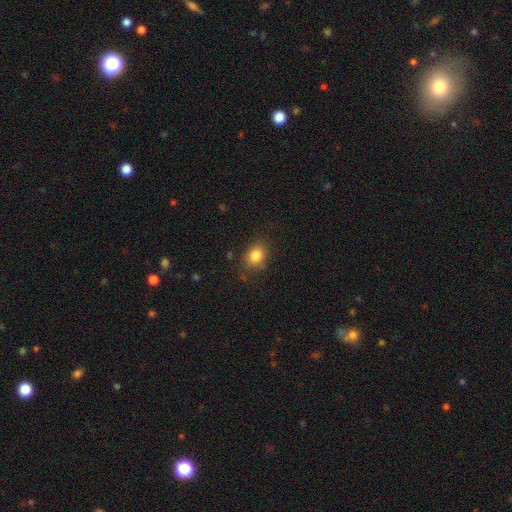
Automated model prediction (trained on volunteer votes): A smooth galaxy with no disk features (83%) that is round (52%). Merging: none (82%).